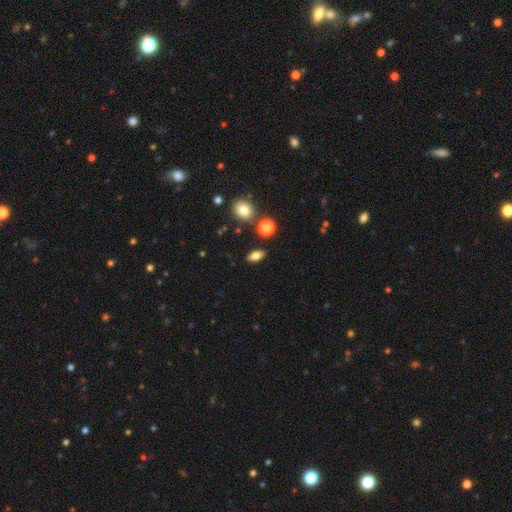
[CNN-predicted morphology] smooth 77%, featured or disk 13%, star or artifact 11%. Down the decision tree: how rounded — in between (81%); merging — none (85%).